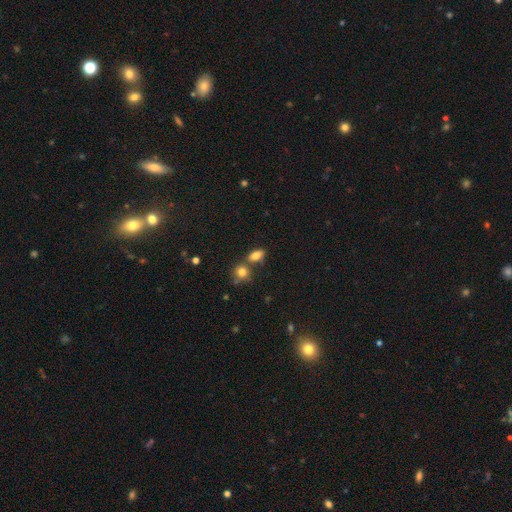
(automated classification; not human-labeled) This is clearly a smooth galaxy (81%). How rounded: clearly in between (82%). Merging: possibly none (59%).